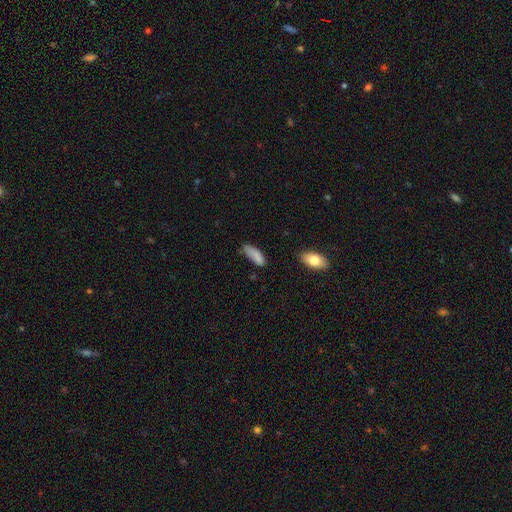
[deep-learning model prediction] Overall: smooth (84%). How rounded: in between (68%; cigar-shaped 30%). Merging: none (53%; minor disturbance 33%).